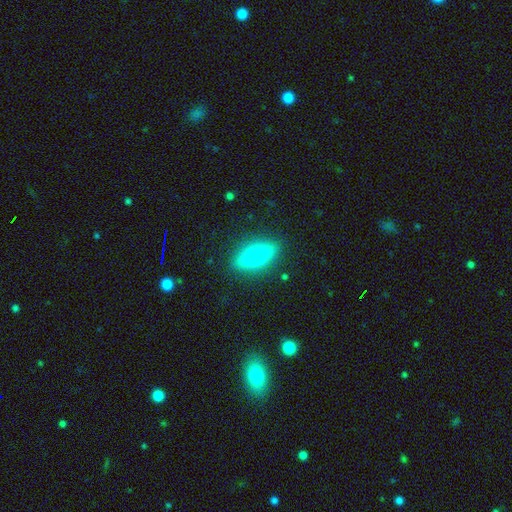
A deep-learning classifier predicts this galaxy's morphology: smooth_or_featured: smooth (p=0.63) [alt: featured or disk p=0.30]
how_rounded: in between (p=0.68) [alt: cigar-shaped p=0.27]
merging: none (p=0.87) [alt: minor disturbance p=0.09]